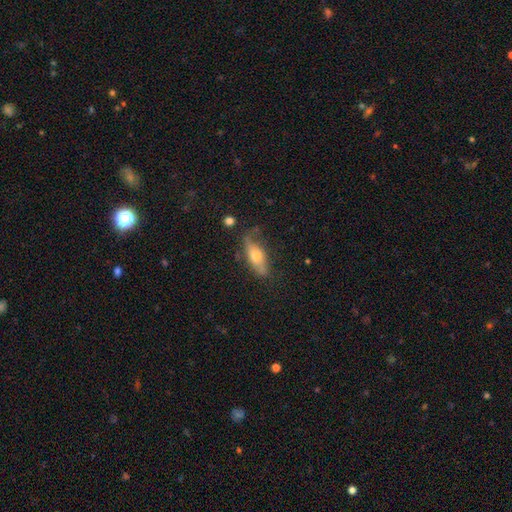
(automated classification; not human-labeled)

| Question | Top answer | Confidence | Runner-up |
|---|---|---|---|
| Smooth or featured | smooth | 49% | featured or disk (43%) |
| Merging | none | 67% | minor disturbance (23%) |